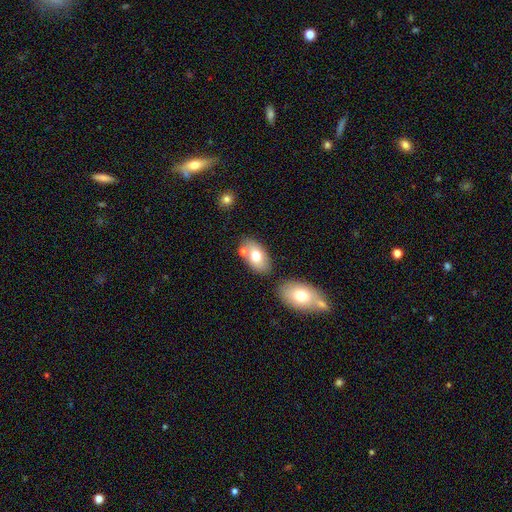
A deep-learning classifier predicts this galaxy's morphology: This appears to be a smooth galaxy with no disk features (71%) that is in between round and cigar-shaped (91%). Merging: none (65%).